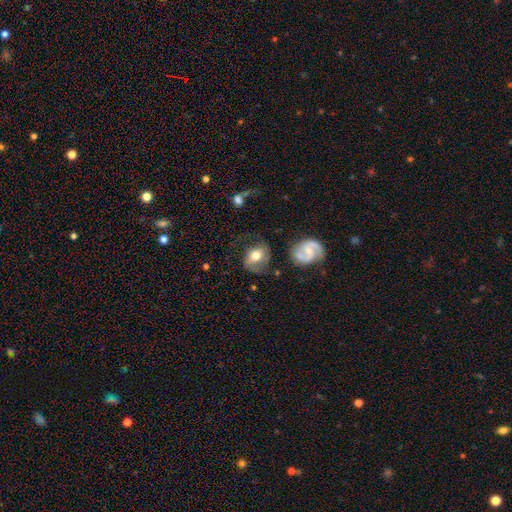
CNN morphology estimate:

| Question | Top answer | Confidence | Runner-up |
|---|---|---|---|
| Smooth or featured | smooth | 58% | featured or disk (35%) |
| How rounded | in between | 57% | round (42%) |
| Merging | none | 55% | minor disturbance (26%) |